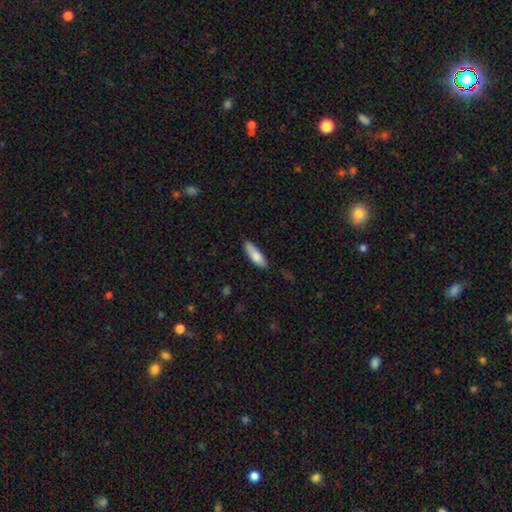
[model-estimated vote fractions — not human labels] This appears to be a smooth galaxy with no disk features (81%) that is cigar-shaped (50%). Merging: none (79%).